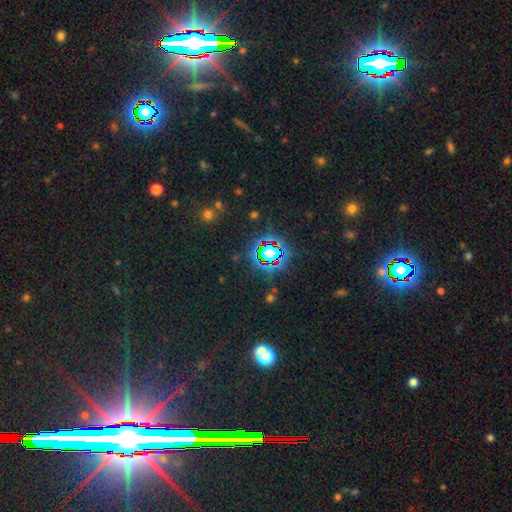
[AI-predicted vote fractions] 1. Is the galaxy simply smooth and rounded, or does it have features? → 82% star or artifact, 10% smooth, 7% featured or disk.